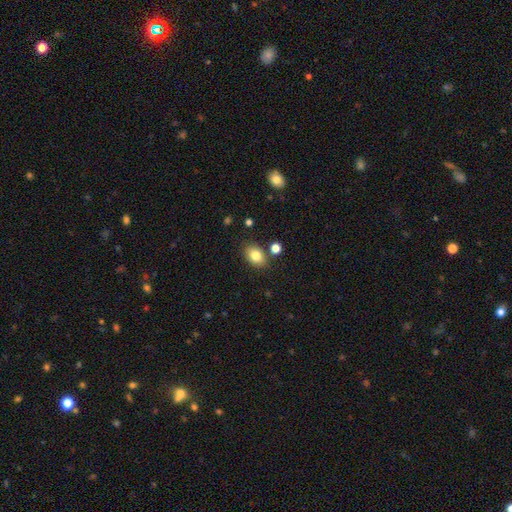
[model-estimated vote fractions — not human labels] This is clearly a smooth galaxy (81%). How rounded: likely in between (71%). Merging: likely none (79%).